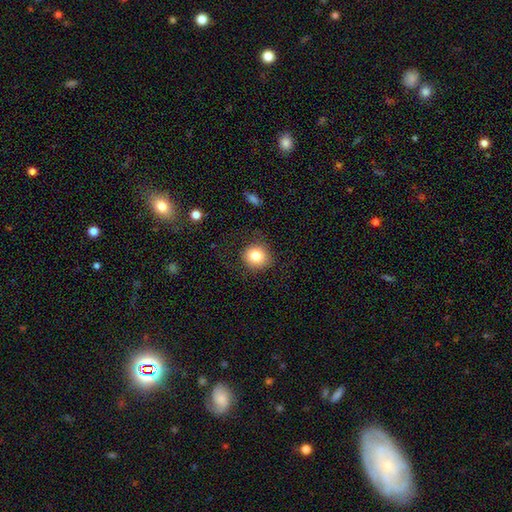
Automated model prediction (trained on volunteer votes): smooth_or_featured: smooth (p=0.82) [alt: star or artifact p=0.10]
how_rounded: round (p=0.86) [alt: in between p=0.13]
merging: none (p=0.80) [alt: minor disturbance p=0.13]